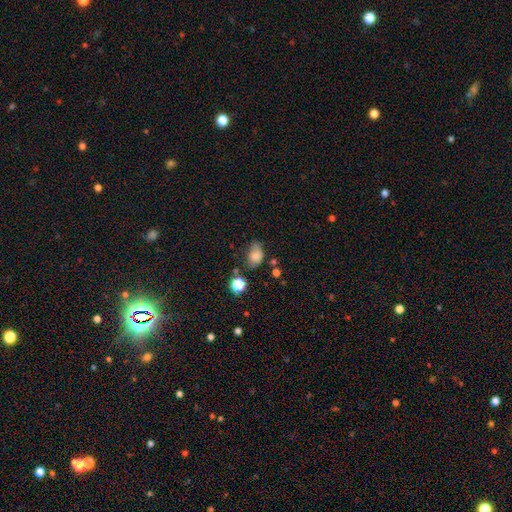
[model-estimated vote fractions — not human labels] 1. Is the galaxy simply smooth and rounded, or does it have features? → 78% smooth, 12% star or artifact, 9% featured or disk.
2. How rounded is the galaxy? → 75% in between, 23% round, 1% cigar-shaped.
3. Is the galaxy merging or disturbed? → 53% none, 30% minor disturbance, 10% major disturbance, 7% merger.